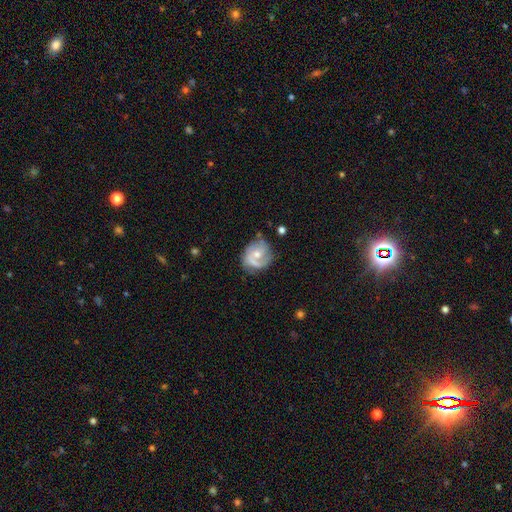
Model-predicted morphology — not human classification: Q: Smooth or featured?
A: featured or disk (68%); runner-up: smooth (26%)
Q: Edge-on disk?
A: no (97%); runner-up: yes (3%)
Q: Bar?
A: no (60%); runner-up: weak (34%)
Q: Spiral arms?
A: yes (85%); runner-up: no (15%)
Q: Spiral winding?
A: medium (40%); runner-up: tight (35%)
Q: Spiral arm count?
A: 2 (48%); runner-up: 1 (29%)
Q: Bulge size?
A: moderate (60%); runner-up: small (32%)
Q: Merging?
A: none (57%); runner-up: minor disturbance (26%)